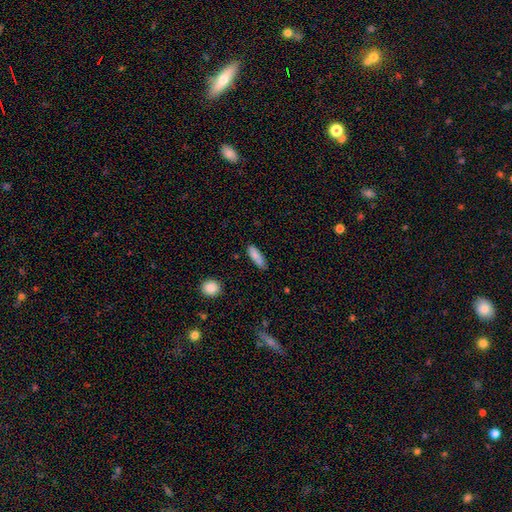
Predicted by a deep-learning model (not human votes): A smooth galaxy with no disk features (83%) that is in between round and cigar-shaped (55%). Merging: none (75%).